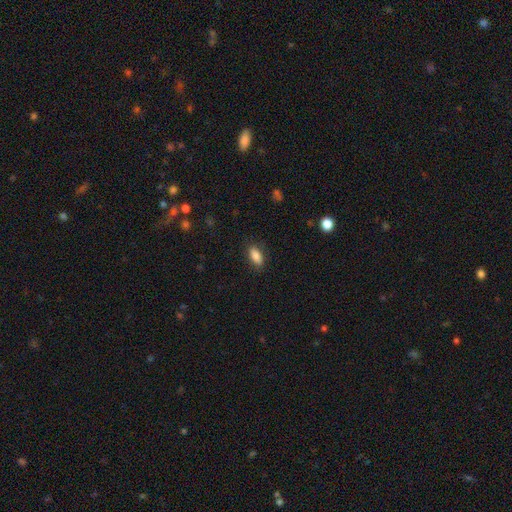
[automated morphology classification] This is clearly a smooth galaxy (85%). How rounded: clearly in between (83%). Merging: clearly none (83%).